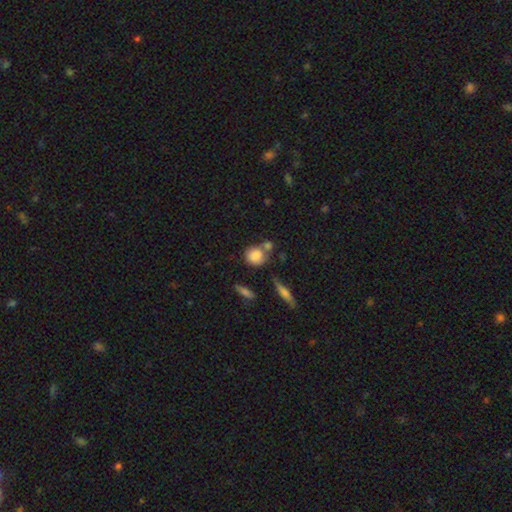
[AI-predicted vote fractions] smooth_or_featured: smooth (p=0.82) [alt: star or artifact p=0.09]
how_rounded: round (p=0.77) [alt: in between p=0.21]
merging: none (p=0.55) [alt: merger p=0.26]